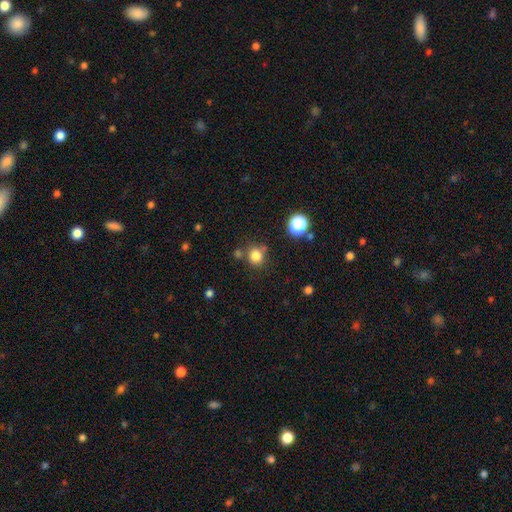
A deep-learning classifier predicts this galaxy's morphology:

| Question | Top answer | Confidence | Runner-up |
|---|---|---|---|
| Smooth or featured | smooth | 81% | star or artifact (14%) |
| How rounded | round | 87% | in between (12%) |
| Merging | none | 74% | minor disturbance (12%) |